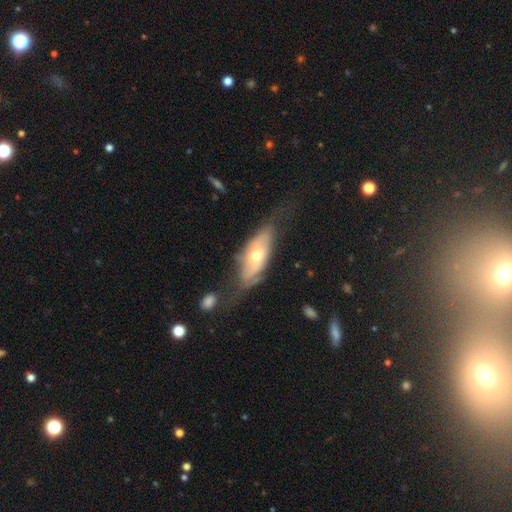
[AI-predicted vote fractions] The model was most divided on "smooth or featured": featured or disk: 56%, smooth: 38%, star or artifact: 6%. Remaining: edge-on disk — no (71%); merging — none (47%).